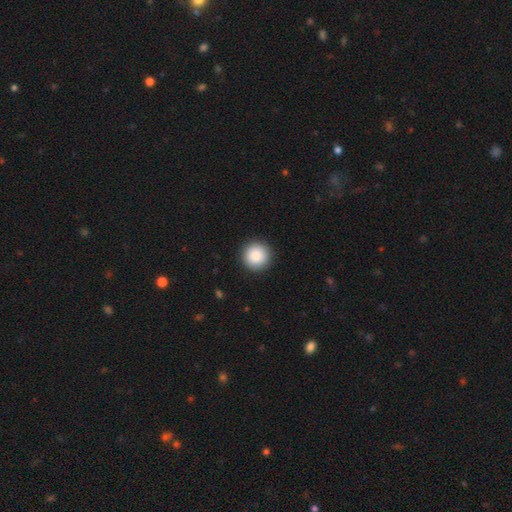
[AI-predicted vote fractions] Smooth or featured? smooth (87%)
How rounded? round (96%)
Merging? none (93%)